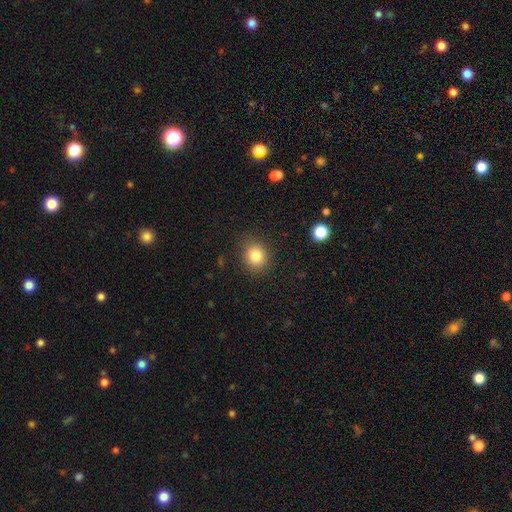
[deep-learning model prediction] Smooth or featured: smooth — 81% (star or artifact — 12%)
How rounded: round — 78% (in between — 21%)
Merging: none — 87% (minor disturbance — 9%)